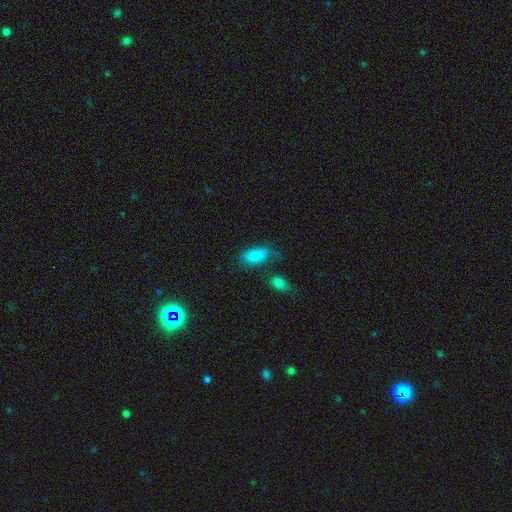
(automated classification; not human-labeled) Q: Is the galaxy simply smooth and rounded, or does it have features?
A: smooth — 84%.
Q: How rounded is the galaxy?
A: in between — 92%.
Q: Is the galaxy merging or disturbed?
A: none — 48%.